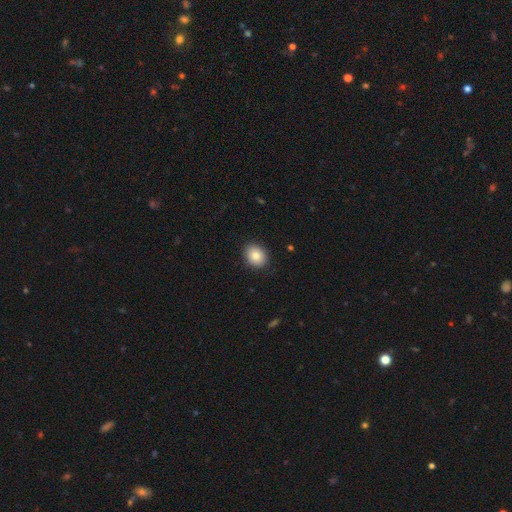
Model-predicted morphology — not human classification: A smooth galaxy with no disk features (84%) that is round (55%). Merging: none (90%).